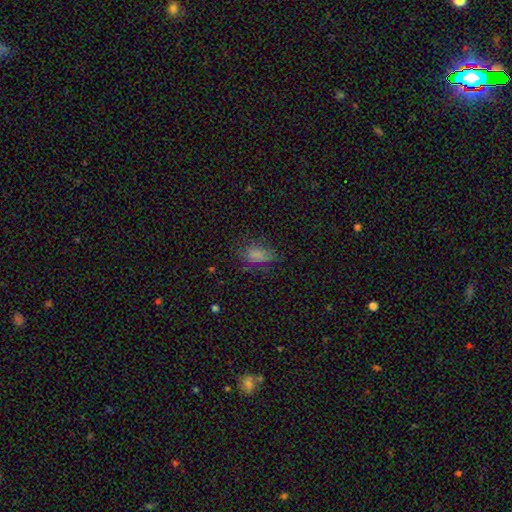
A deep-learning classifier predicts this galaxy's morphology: Q: Smooth or featured?
A: smooth (71%); runner-up: star or artifact (19%)
Q: How rounded?
A: in between (83%); runner-up: round (13%)
Q: Merging?
A: none (61%); runner-up: minor disturbance (23%)